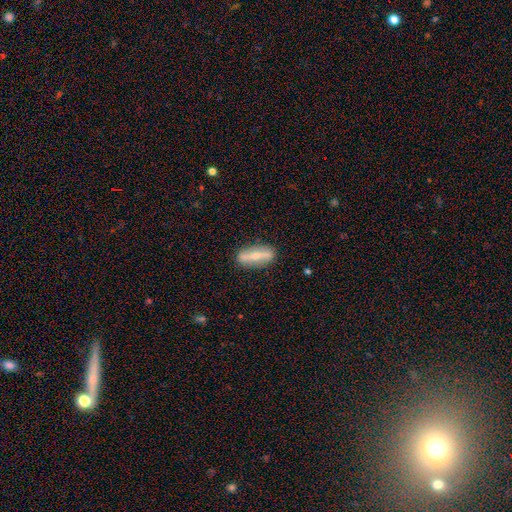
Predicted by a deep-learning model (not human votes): A featured or disk galaxy (54%) viewed edge-on (55%).

Vote fractions:
- Smooth or featured? featured or disk: 54% / smooth: 40% / star or artifact: 6%
- Edge-on disk? yes: 55% / no: 45%
- Merging? none: 86% / minor disturbance: 10% / major disturbance: 3% / merger: 1%